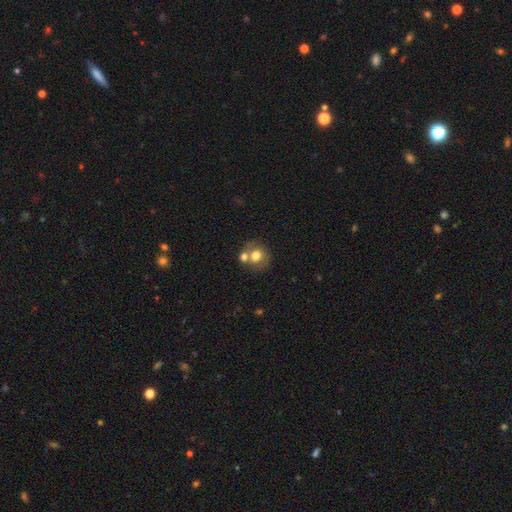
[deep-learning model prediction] A smooth galaxy with no disk features (71%) that is round (78%).

Vote fractions:
- Smooth or featured? smooth: 71% / featured or disk: 19% / star or artifact: 10%
- How rounded? round: 78% / in between: 22% / cigar-shaped: 1%
- Merging? none: 52% / merger: 34% / minor disturbance: 10% / major disturbance: 4%